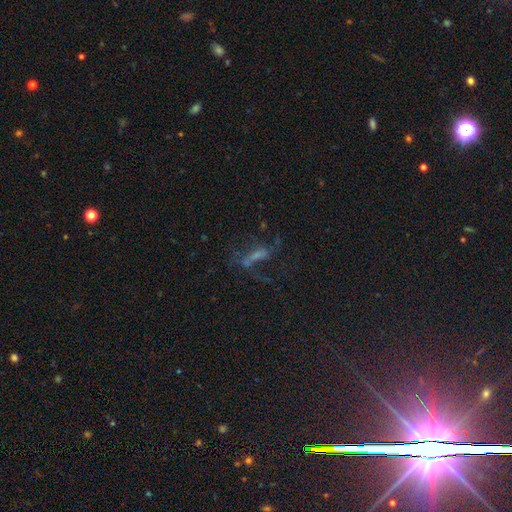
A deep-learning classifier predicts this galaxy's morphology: Q: Smooth or featured?
A: featured or disk (48%); runner-up: star or artifact (27%)
Q: Merging?
A: none (43%); runner-up: major disturbance (32%)